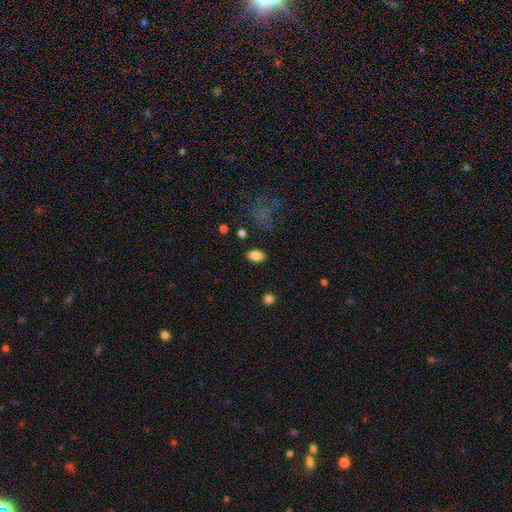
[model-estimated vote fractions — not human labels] smooth_or_featured: smooth (p=0.85) [alt: star or artifact p=0.09]
how_rounded: in between (p=0.88) [alt: round p=0.10]
merging: none (p=0.86) [alt: minor disturbance p=0.10]